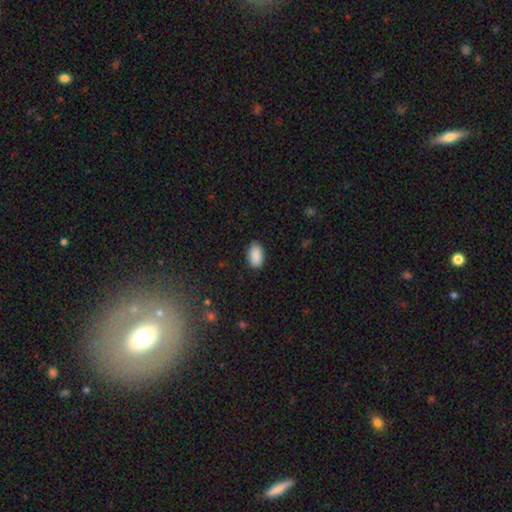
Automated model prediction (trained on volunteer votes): This is clearly a smooth galaxy (90%). How rounded: clearly in between (94%). Merging: clearly none (87%).